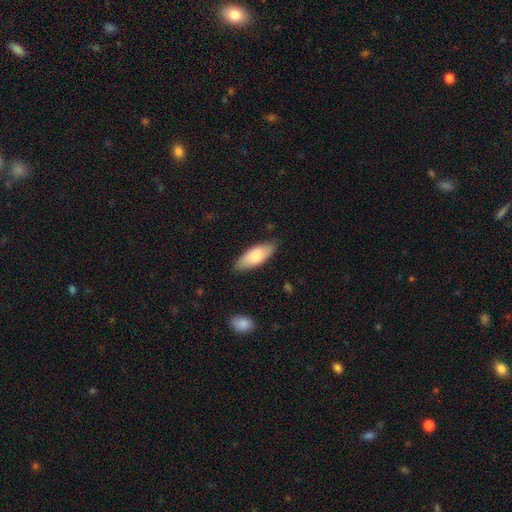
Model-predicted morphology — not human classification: A smooth galaxy with no disk features (76%) that is in between round and cigar-shaped (77%). Merging: none (82%).